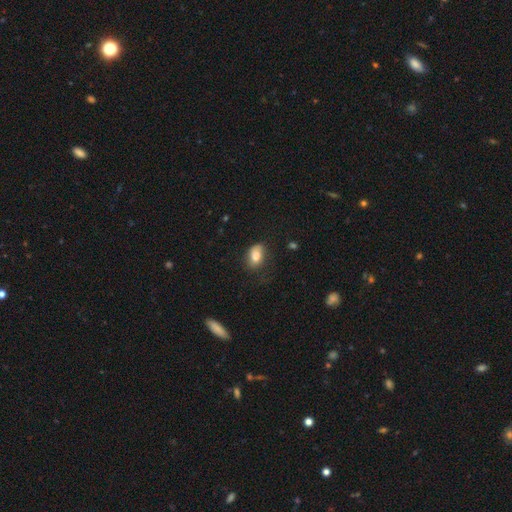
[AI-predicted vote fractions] Q: Smooth or featured?
A: smooth (81%); runner-up: featured or disk (10%)
Q: How rounded?
A: in between (81%); runner-up: round (17%)
Q: Merging?
A: none (52%); runner-up: minor disturbance (31%)